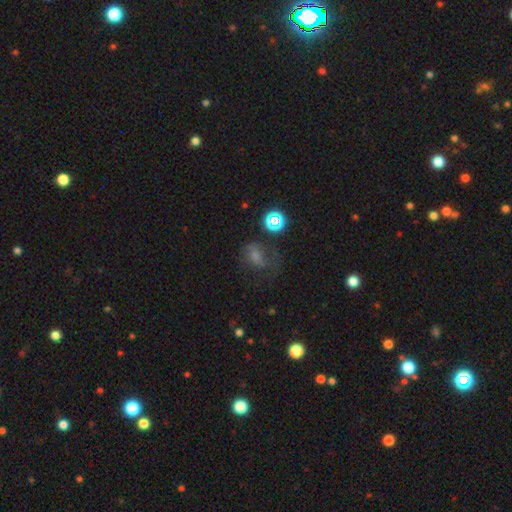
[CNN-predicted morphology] Overall: smooth (44%; star or artifact 28%). Merging: none (46%; major disturbance 28%).